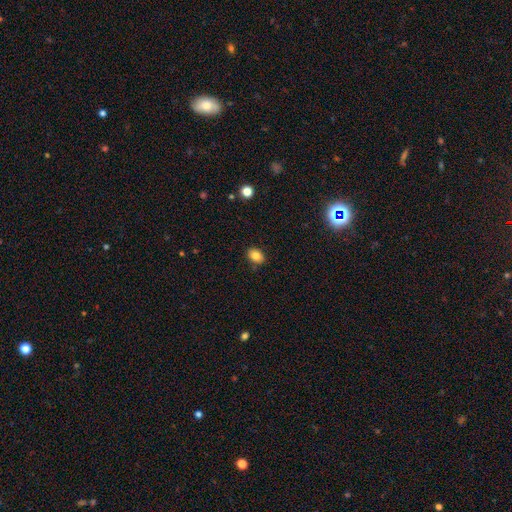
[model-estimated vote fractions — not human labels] A smooth galaxy with no disk features (82%) that is in between round and cigar-shaped (72%). Merging: none (86%).